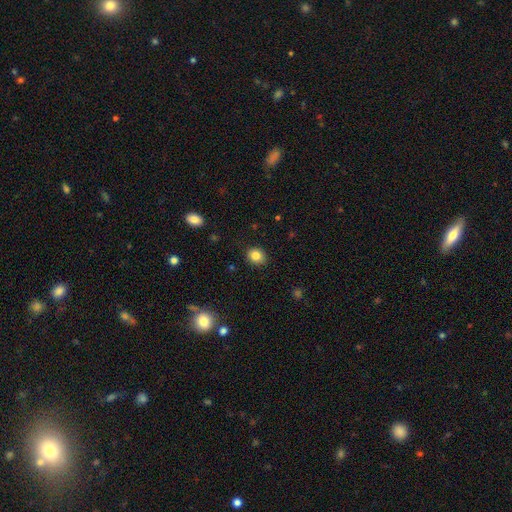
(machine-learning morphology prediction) Smooth or featured? Predicted: smooth (p=0.83). How rounded? Predicted: round (p=0.64). Merging? Predicted: none (p=0.88).